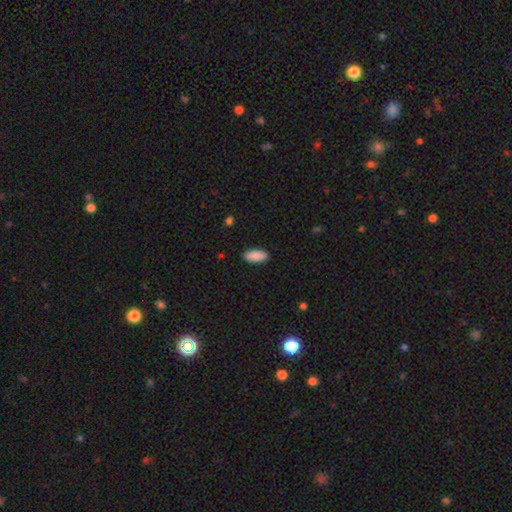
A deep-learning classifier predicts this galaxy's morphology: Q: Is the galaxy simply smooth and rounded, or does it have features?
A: smooth — 90%.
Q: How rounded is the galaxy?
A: in between — 86%.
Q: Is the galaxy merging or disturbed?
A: none — 90%.